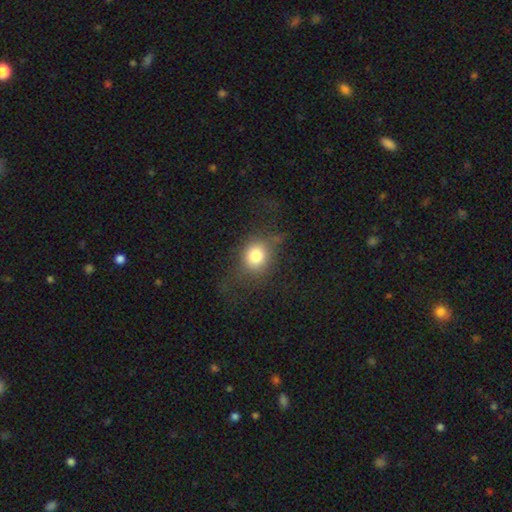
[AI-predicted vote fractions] Overall: smooth (74%). How rounded: round (74%). Merging: none (61%; minor disturbance 21%).